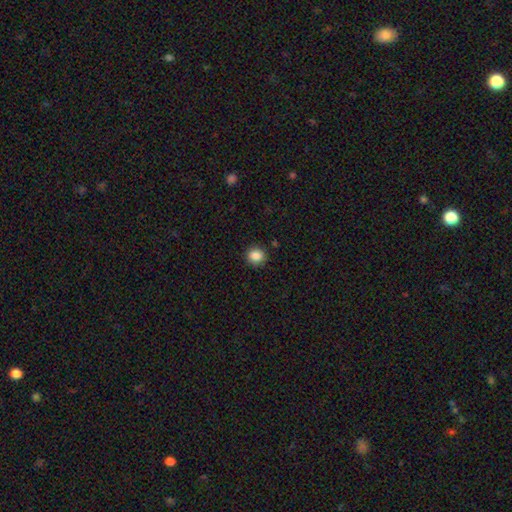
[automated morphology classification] type=smooth (87%); roundness=round (86%); merging=none (91%).